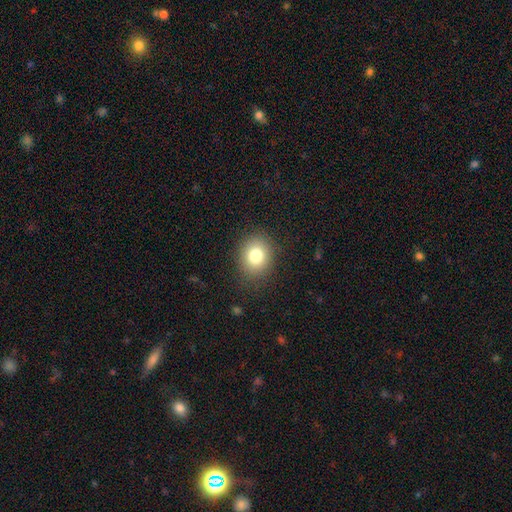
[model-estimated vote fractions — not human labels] This is clearly a smooth galaxy (80%). How rounded: likely round (67%). Merging: clearly none (85%).